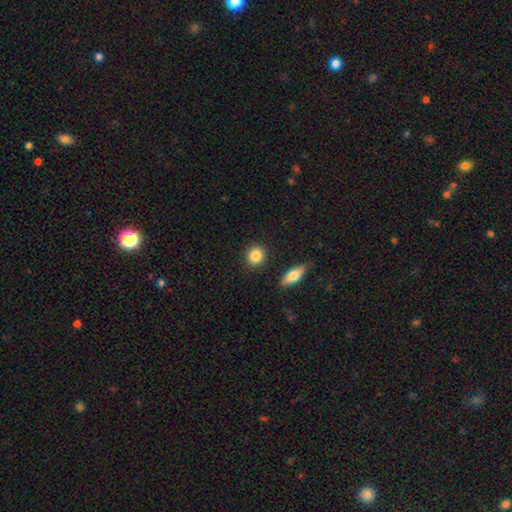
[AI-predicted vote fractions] Smooth or featured?
  - smooth: 85% *
  - star or artifact: 8%
  - featured or disk: 7%
How rounded?
  - round: 83% *
  - in between: 15%
  - cigar-shaped: 2%
Merging?
  - none: 88% *
  - minor disturbance: 6%
  - merger: 3%
  - major disturbance: 2%